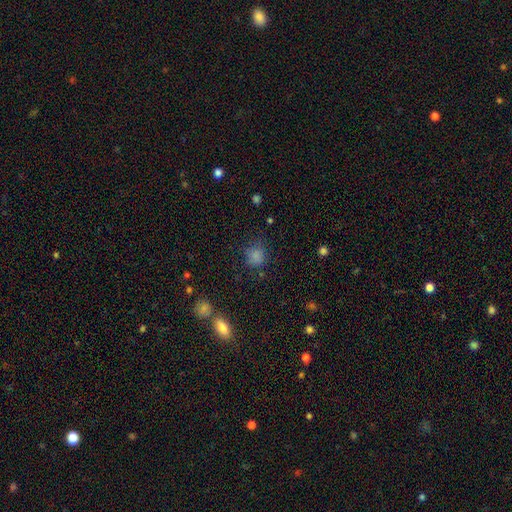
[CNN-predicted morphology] Overall: smooth (80%). How rounded: round (81%). Merging: none (74%).